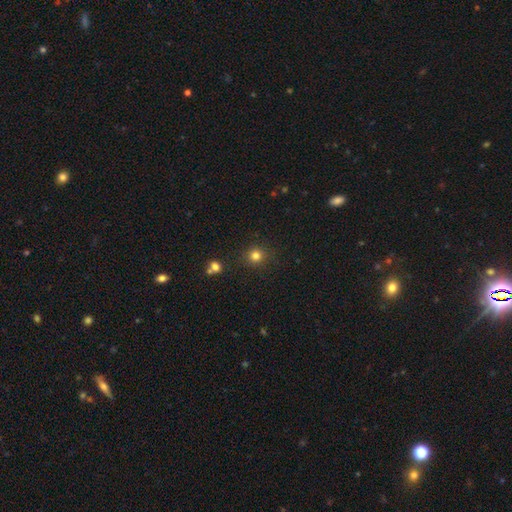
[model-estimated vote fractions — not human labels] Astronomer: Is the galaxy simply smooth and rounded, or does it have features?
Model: smooth — 81%.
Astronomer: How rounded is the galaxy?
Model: round — 91%.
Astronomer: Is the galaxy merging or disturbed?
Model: none — 86%.